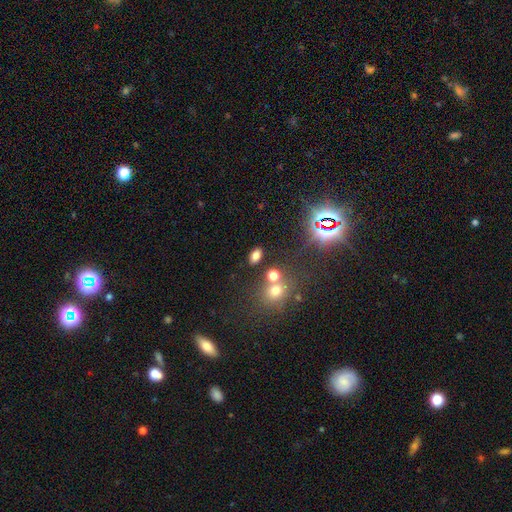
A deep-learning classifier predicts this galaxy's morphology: smooth-or-featured: smooth: 71% | star or artifact: 21% | featured or disk: 8%
  how-rounded: in between: 85% | round: 12% | cigar-shaped: 3%
  merging: none: 79% | minor disturbance: 9% | merger: 8% | major disturbance: 3%